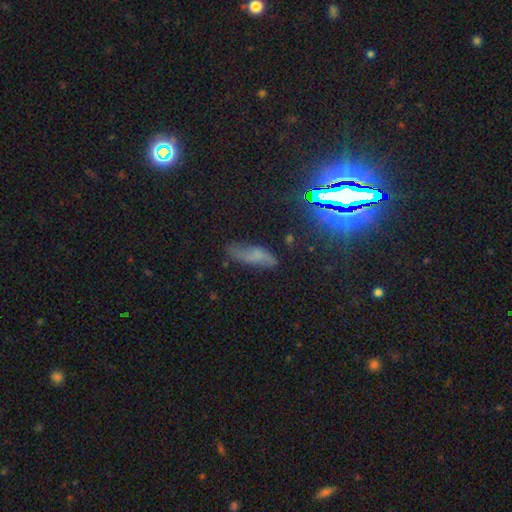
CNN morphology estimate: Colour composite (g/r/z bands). It shows a smooth galaxy with no disk features (46%). Merging: none (57%).